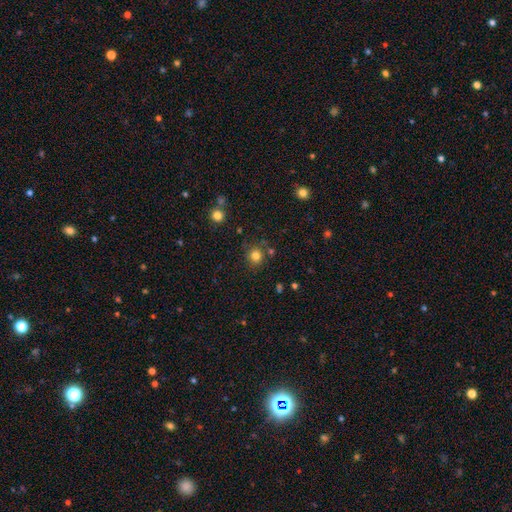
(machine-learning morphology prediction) Smooth or featured? Predicted: smooth (p=0.80). How rounded? Predicted: round (p=0.90). Merging? Predicted: none (p=0.81).